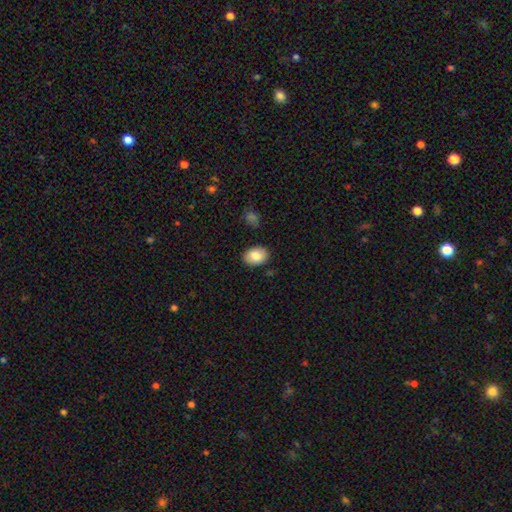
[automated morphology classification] A smooth galaxy with no disk features (83%) that is in between round and cigar-shaped (81%).

Vote fractions:
- Smooth or featured? smooth: 83% / featured or disk: 10% / star or artifact: 7%
- How rounded? in between: 81% / round: 18% / cigar-shaped: 1%
- Merging? none: 86% / minor disturbance: 10% / major disturbance: 2% / merger: 2%